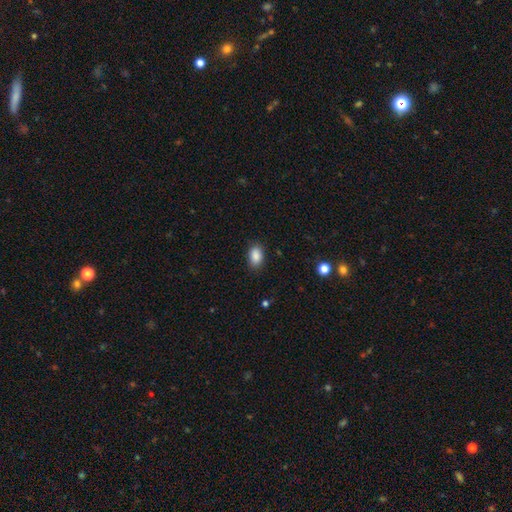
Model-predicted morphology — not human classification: Smooth or featured? smooth (89%)
How rounded? in between (89%)
Merging? none (86%)